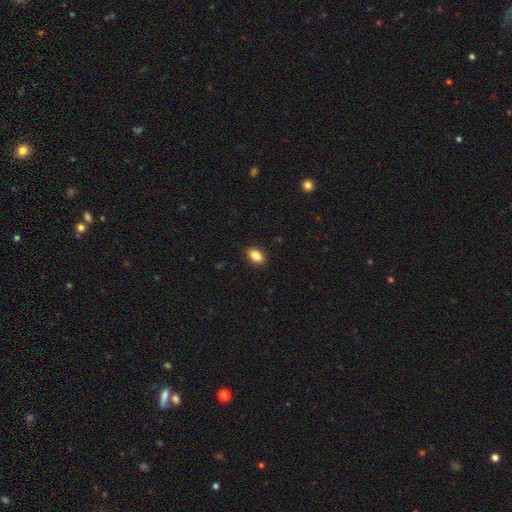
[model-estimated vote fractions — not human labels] A smooth galaxy with no disk features (87%) that is in between round and cigar-shaped (88%). Merging: none (90%).